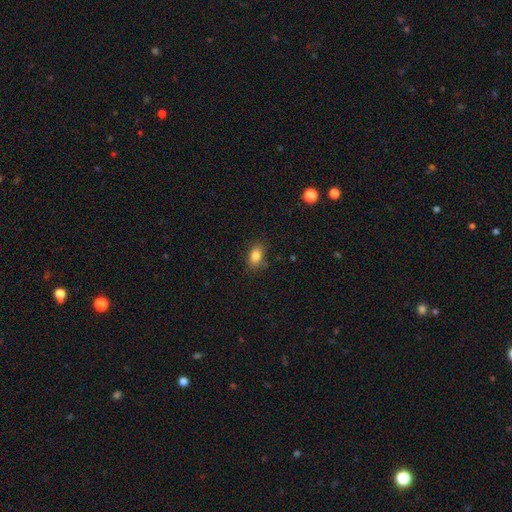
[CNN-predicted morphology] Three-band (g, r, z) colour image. It shows a smooth galaxy with no disk features (84%) that is in between round and cigar-shaped (83%). Merging: none (79%).